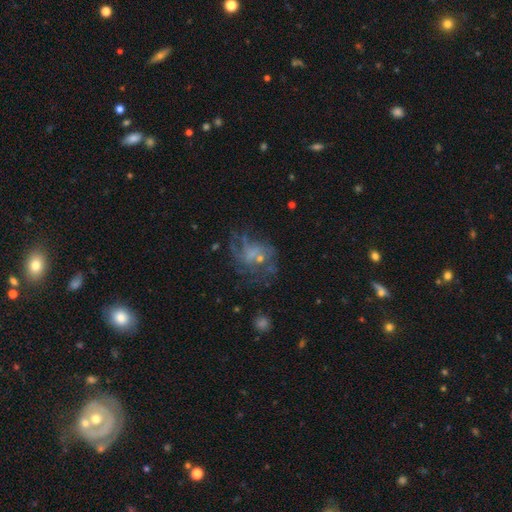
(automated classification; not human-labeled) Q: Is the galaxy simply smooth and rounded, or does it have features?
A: featured or disk — 59%.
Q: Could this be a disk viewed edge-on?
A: no — 98%.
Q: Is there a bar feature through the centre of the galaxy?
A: no — 75%.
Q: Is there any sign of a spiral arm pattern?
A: yes — 58%.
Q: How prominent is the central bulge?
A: small — 42%.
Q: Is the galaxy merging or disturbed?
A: none — 45%.